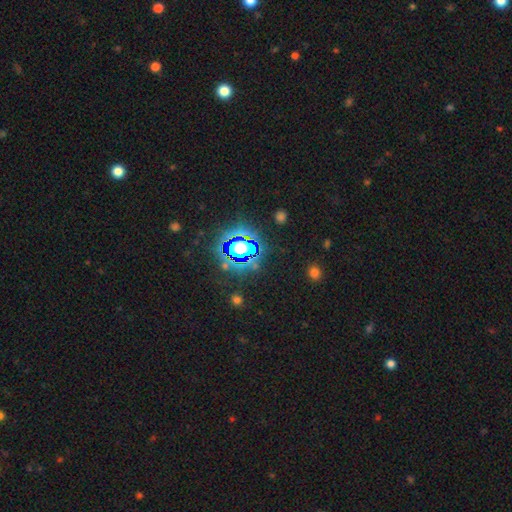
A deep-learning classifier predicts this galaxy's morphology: Overall: star or artifact (84%).